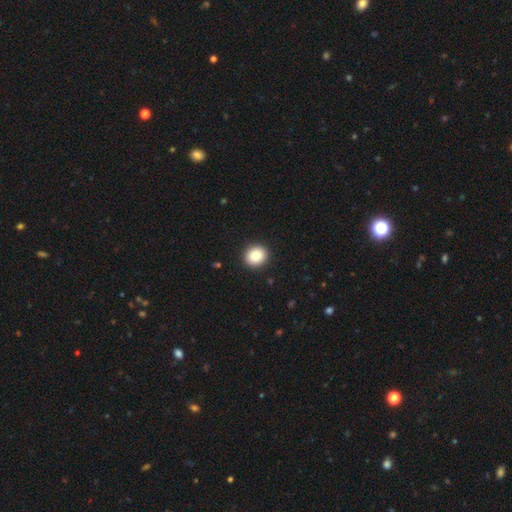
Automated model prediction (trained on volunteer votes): Morphology: type=smooth (88%); roundness=round (77%); merging=none (92%).